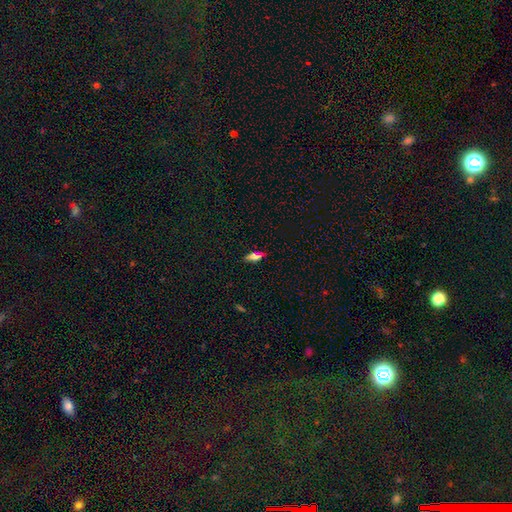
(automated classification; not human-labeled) Overall: smooth (60%; featured or disk 22%). How rounded: in between (68%). Merging: none (86%).